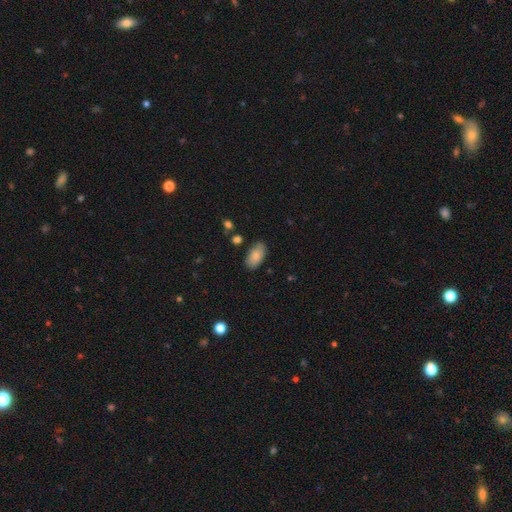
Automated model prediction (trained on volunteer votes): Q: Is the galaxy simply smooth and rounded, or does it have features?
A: smooth — 83%.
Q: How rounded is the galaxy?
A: in between — 94%.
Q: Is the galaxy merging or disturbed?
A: none — 81%.